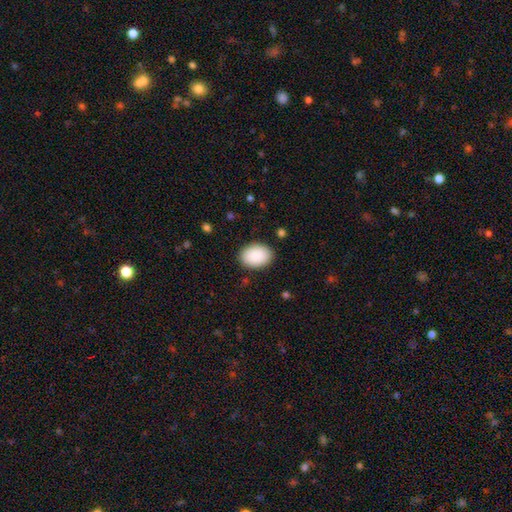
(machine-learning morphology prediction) A smooth galaxy with no disk features (91%) that is in between round and cigar-shaped (82%).

Vote fractions:
- Smooth or featured? smooth: 91% / star or artifact: 6% / featured or disk: 3%
- How rounded? in between: 82% / round: 17% / cigar-shaped: 1%
- Merging? none: 88% / minor disturbance: 9% / major disturbance: 2% / merger: 1%